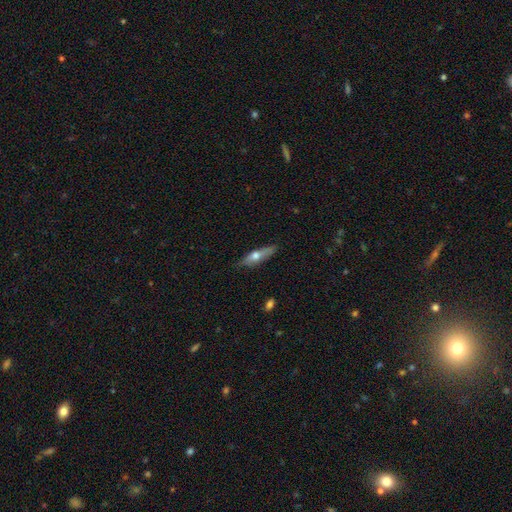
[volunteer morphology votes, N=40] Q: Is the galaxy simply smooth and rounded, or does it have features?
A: featured or disk — 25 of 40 (62%).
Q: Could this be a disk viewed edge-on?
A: yes — 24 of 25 (96%).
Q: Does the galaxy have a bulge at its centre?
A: rounded — 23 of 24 (96%).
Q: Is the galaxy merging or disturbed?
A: none — 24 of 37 (65%).